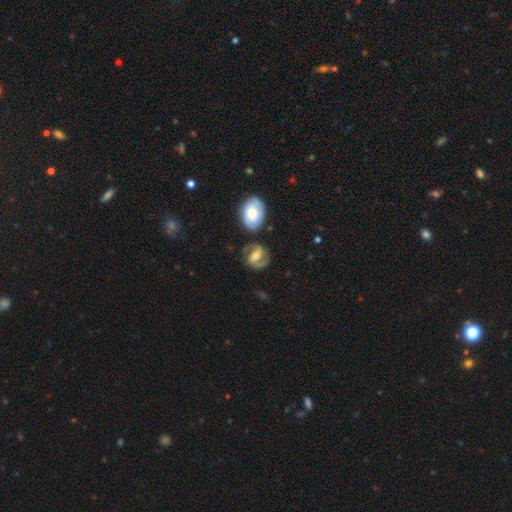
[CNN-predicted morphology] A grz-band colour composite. It shows a featured or disk galaxy (75%) with a strong bar (43%), 2 (87%) medium (49%) spiral arms (88%) and a moderate central bulge (66%). Merging: none (71%).